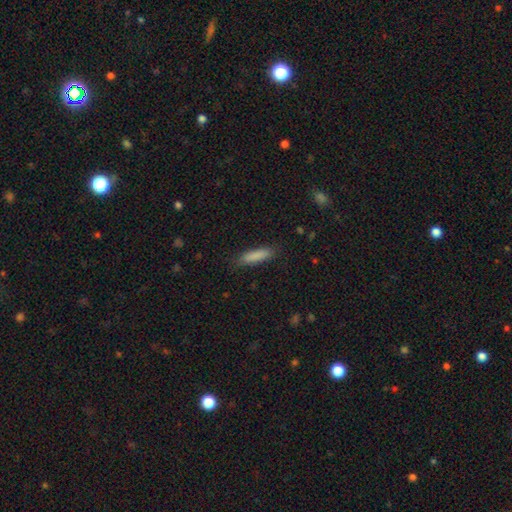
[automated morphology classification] A smooth galaxy with no disk features (86%) that is cigar-shaped (73%). Merging: none (84%).